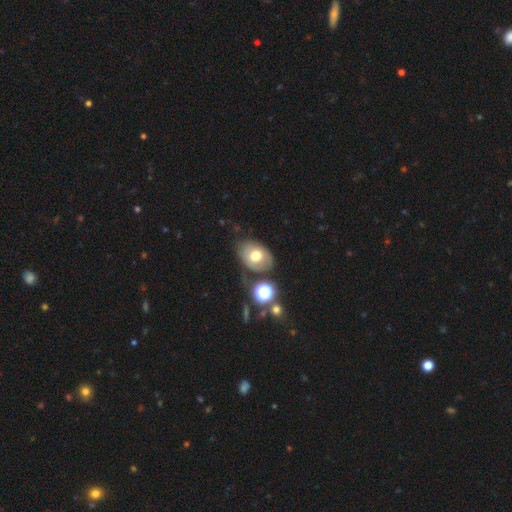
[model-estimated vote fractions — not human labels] smooth_or_featured: smooth (p=0.62) [alt: featured or disk p=0.27]
how_rounded: in between (p=0.71) [alt: round p=0.28]
merging: none (p=0.66) [alt: minor disturbance p=0.20]